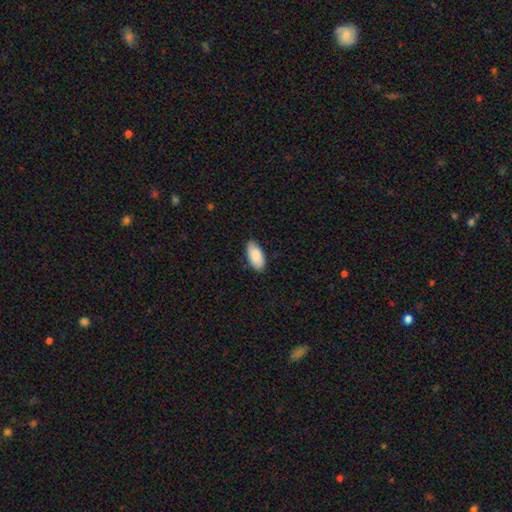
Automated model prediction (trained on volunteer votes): smooth_or_featured: smooth (p=0.88) [alt: featured or disk p=0.06]
how_rounded: in between (p=0.94) [alt: cigar-shaped p=0.04]
merging: none (p=0.85) [alt: minor disturbance p=0.12]